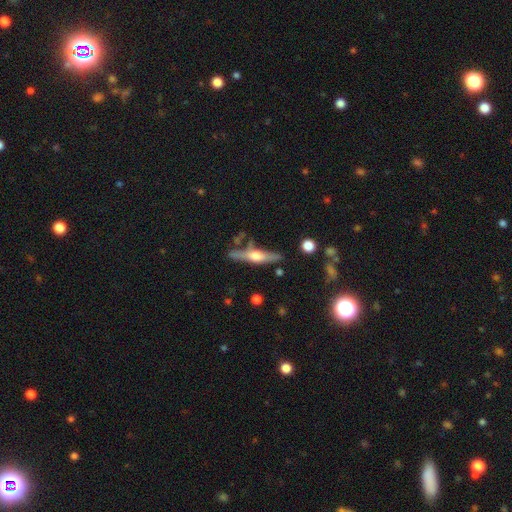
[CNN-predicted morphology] The model was most divided on "smooth or featured": featured or disk: 66%, smooth: 27%, star or artifact: 6%. More confident: edge-on disk — yes (95%); edge-on bulge — rounded (90%); merging — none (75%).